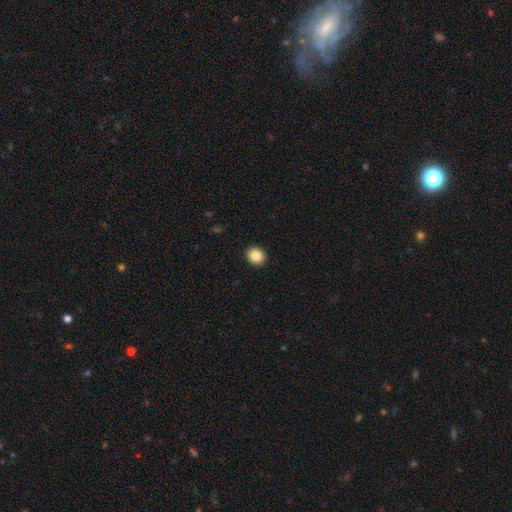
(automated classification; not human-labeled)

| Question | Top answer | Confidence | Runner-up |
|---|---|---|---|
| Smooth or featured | smooth | 86% | star or artifact (9%) |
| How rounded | round | 73% | in between (26%) |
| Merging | none | 92% | minor disturbance (5%) |